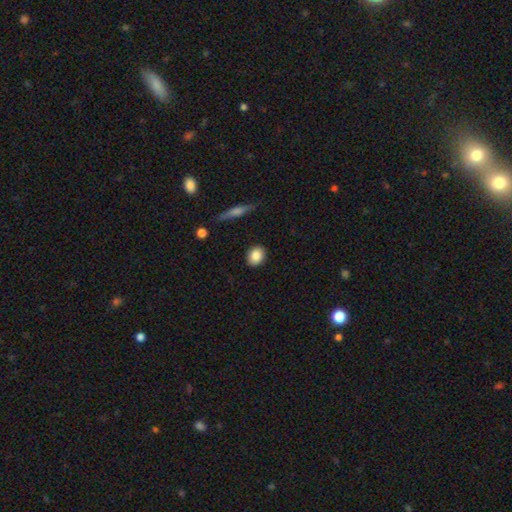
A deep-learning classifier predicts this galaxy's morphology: Overall: smooth (85%). How rounded: round (50%; in between 48%). Merging: none (89%).